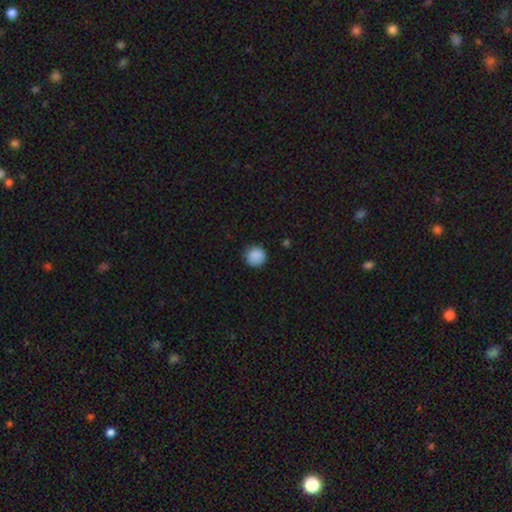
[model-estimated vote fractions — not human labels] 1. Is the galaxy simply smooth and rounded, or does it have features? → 89% smooth, 8% star or artifact, 3% featured or disk.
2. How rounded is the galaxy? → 93% round, 7% in between, 1% cigar-shaped.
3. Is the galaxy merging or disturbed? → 87% none, 10% minor disturbance, 2% major disturbance, 1% merger.